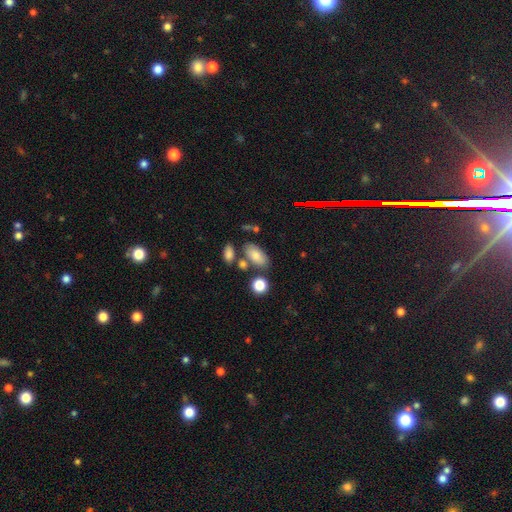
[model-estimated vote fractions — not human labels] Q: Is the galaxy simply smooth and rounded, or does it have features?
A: smooth — 78%.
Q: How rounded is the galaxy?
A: in between — 90%.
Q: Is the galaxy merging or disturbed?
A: none — 70%.